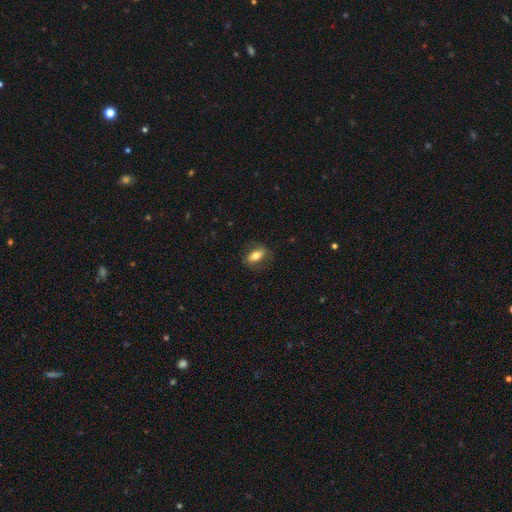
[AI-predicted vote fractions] smooth_or_featured: smooth (p=0.64) [alt: featured or disk p=0.28]
how_rounded: in between (p=0.78) [alt: cigar-shaped p=0.13]
merging: none (p=0.78) [alt: minor disturbance p=0.15]